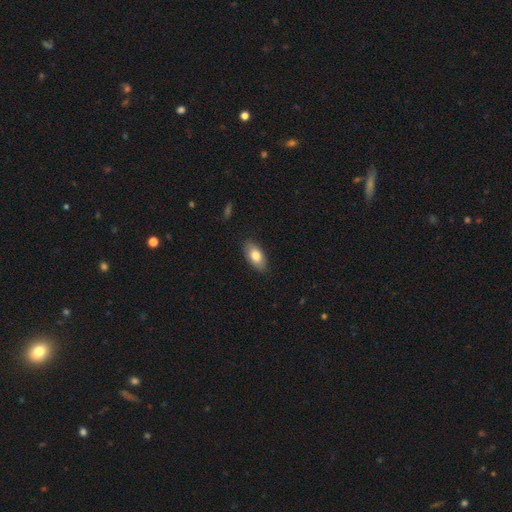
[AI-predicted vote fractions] Smooth or featured: smooth — 78% (featured or disk — 16%)
How rounded: in between — 92% (cigar-shaped — 5%)
Merging: none — 86% (minor disturbance — 11%)